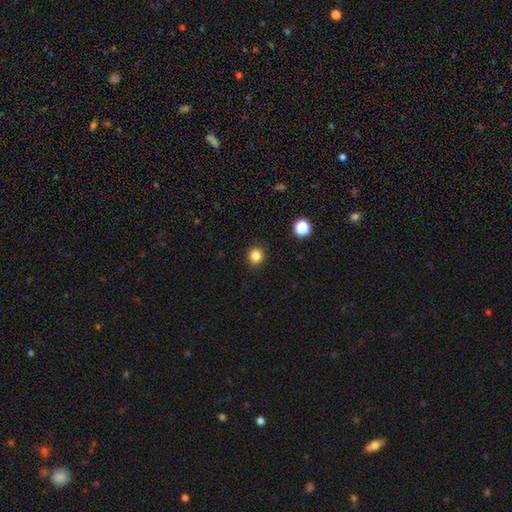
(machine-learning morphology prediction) This is clearly a smooth galaxy (84%). How rounded: clearly round (88%). Merging: clearly none (91%).